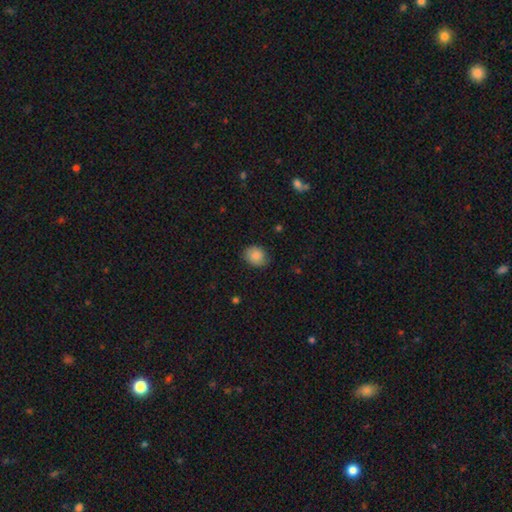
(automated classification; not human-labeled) Smooth or featured?
  - smooth: 85% *
  - star or artifact: 8%
  - featured or disk: 7%
How rounded?
  - round: 60% *
  - in between: 39%
  - cigar-shaped: 1%
Merging?
  - none: 78% *
  - minor disturbance: 18%
  - major disturbance: 3%
  - merger: 1%